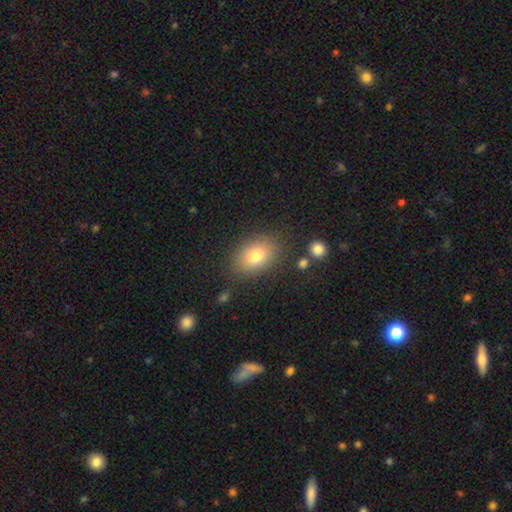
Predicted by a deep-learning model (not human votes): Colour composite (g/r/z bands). It shows a smooth galaxy with no disk features (78%) that is in between round and cigar-shaped (76%). Merging: none (82%).